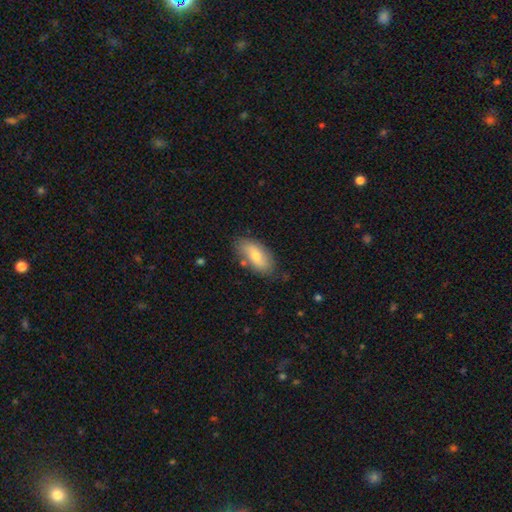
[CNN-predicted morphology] This is likely a smooth galaxy (67%). How rounded: clearly in between (90%). Merging: likely none (75%).